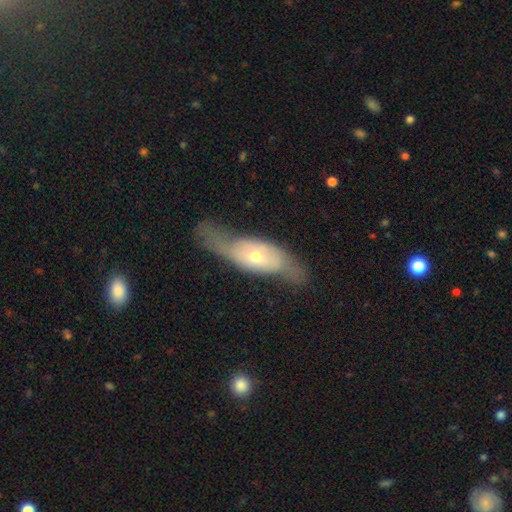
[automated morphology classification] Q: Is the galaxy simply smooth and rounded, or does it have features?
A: featured or disk — 64%.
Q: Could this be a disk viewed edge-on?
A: no — 75%.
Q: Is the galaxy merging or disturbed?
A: none — 52%.